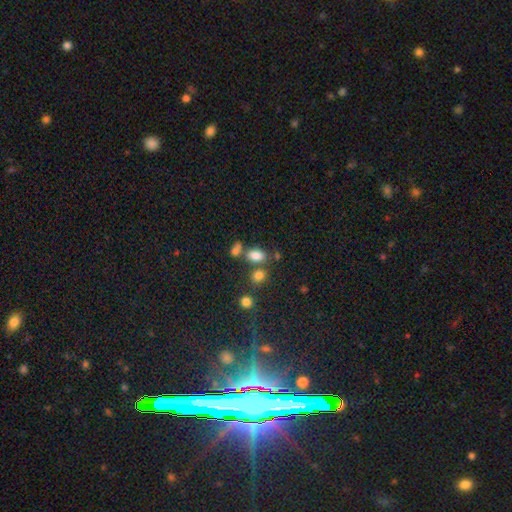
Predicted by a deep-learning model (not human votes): Smooth or featured: smooth — 80% (star or artifact — 13%)
How rounded: in between — 81% (round — 17%)
Merging: none — 57% (merger — 24%)